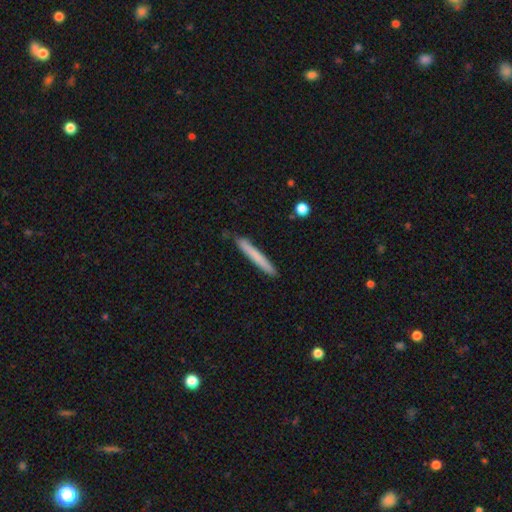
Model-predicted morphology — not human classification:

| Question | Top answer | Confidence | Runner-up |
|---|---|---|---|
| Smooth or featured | smooth | 72% | featured or disk (22%) |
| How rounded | cigar-shaped | 97% | in between (2%) |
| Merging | none | 87% | minor disturbance (10%) |